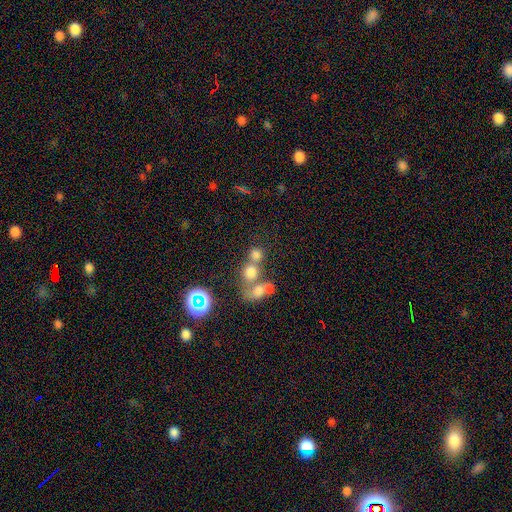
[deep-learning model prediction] Smooth or featured? smooth (61%)
How rounded? round (79%)
Merging? merger (46%)